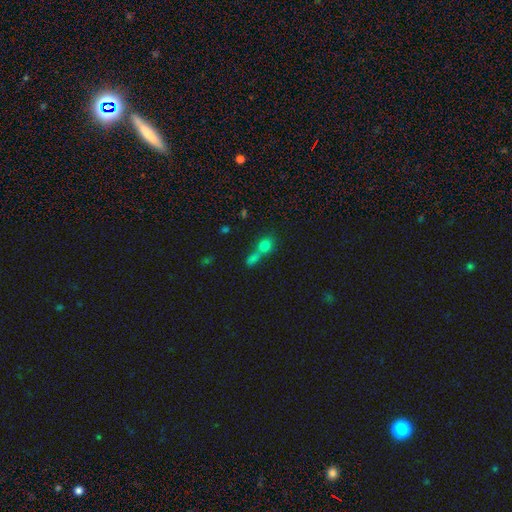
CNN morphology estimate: The model was most divided on "merging": merger: 54%, none: 34%, minor disturbance: 7%, major disturbance: 5%. More confident: smooth or featured — smooth (71%); how rounded — round (62%).